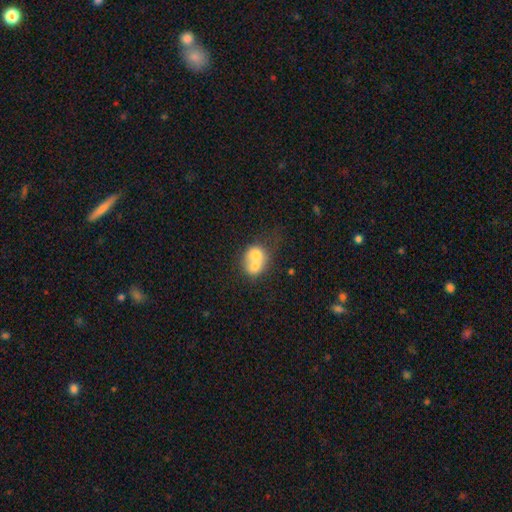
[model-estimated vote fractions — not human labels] smooth-or-featured: smooth: 66% | featured or disk: 25% | star or artifact: 9%
  how-rounded: round: 65% | in between: 34% | cigar-shaped: 1%
  merging: merger: 71% | none: 19% | minor disturbance: 6% | major disturbance: 4%